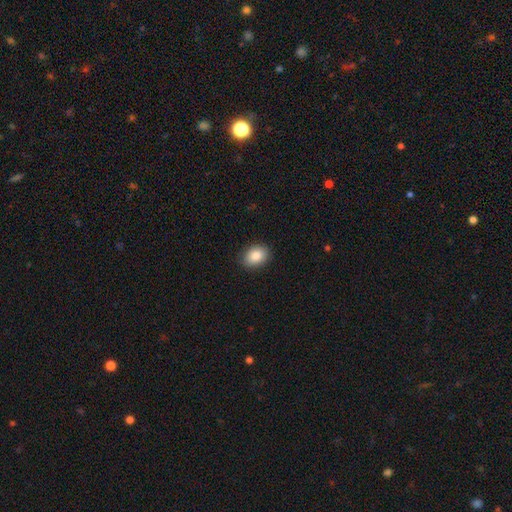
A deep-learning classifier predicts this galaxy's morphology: The model was most divided on "how rounded": in between: 69%, round: 30%, cigar-shaped: 1%. More confident: merging — none (88%); smooth or featured — smooth (86%).